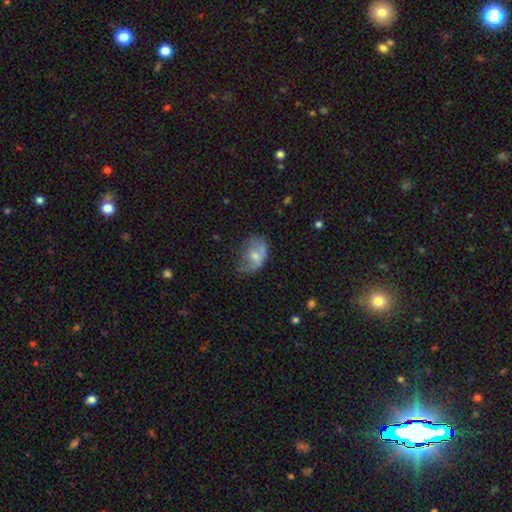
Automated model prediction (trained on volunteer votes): The model was most divided on "smooth or featured": smooth: 46%, featured or disk: 45%, star or artifact: 10%. Remaining: merging — none (35%).